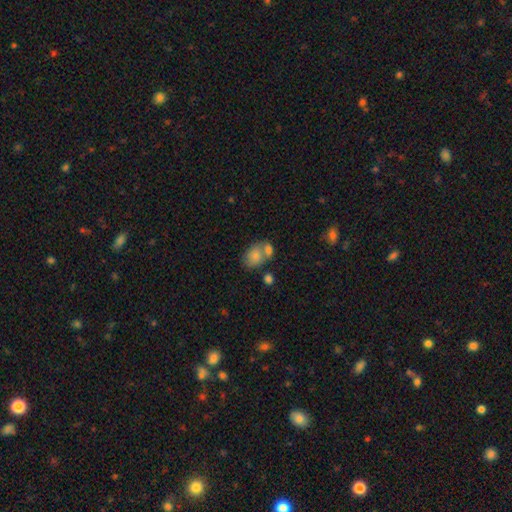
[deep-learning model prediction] Smooth or featured? smooth (79%)
How rounded? in between (77%)
Merging? merger (44%)